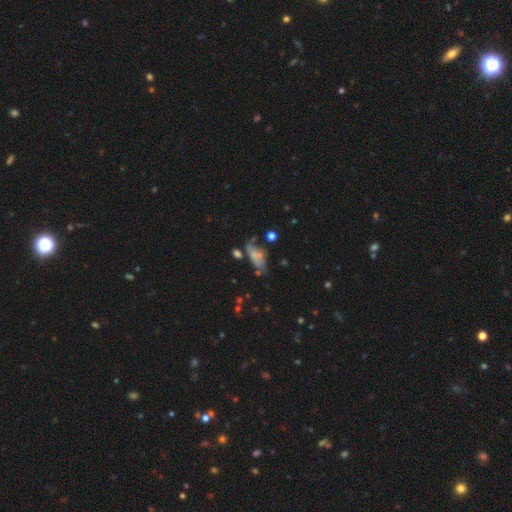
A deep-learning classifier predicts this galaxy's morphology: The model was most divided on "merging": none: 38%, minor disturbance: 28%, major disturbance: 19%, merger: 14%. More confident: how rounded — in between (80%); smooth or featured — smooth (57%).